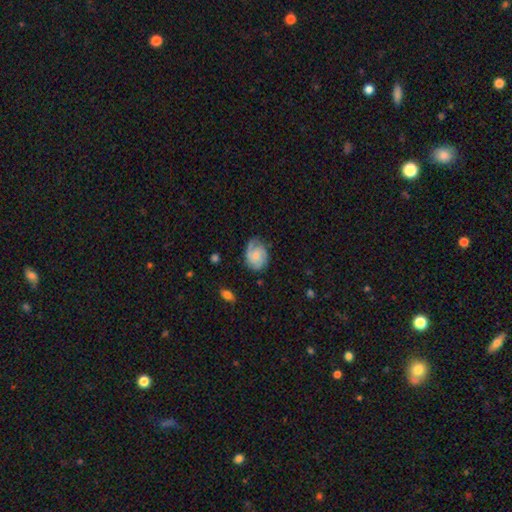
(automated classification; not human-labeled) A featured or disk galaxy (60%) with no bar (69%), 2 (44%) tight (49%) spiral arms (92%) and a small central bulge (48%). Merging: none (67%).